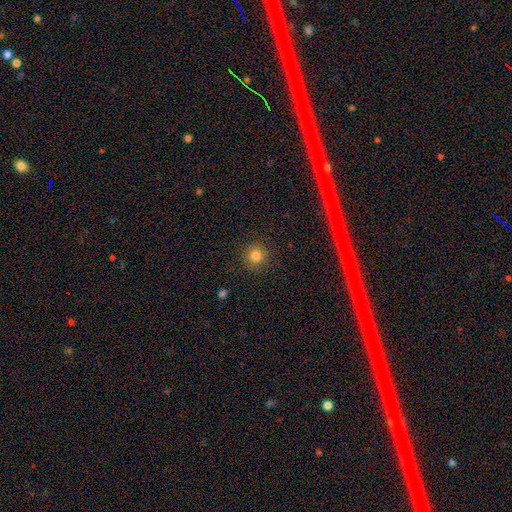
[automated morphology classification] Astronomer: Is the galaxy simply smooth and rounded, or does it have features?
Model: smooth — 81%.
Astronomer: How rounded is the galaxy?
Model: round — 93%.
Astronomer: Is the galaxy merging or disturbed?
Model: none — 88%.